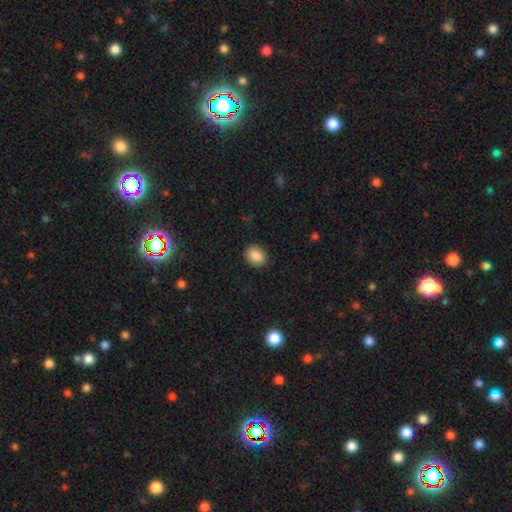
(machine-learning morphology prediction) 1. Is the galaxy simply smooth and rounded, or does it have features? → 87% smooth, 8% star or artifact, 4% featured or disk.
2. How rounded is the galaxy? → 54% in between, 45% round, 1% cigar-shaped.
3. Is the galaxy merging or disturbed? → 89% none, 7% minor disturbance, 2% major disturbance, 1% merger.